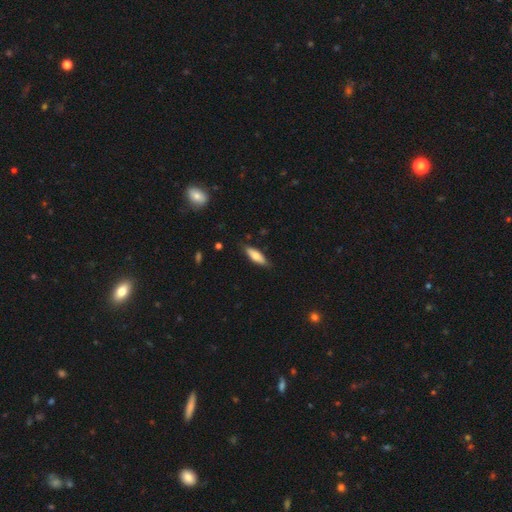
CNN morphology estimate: Q: Smooth or featured?
A: smooth (70%); runner-up: featured or disk (25%)
Q: How rounded?
A: in between (52%); runner-up: cigar-shaped (46%)
Q: Merging?
A: none (82%); runner-up: minor disturbance (14%)